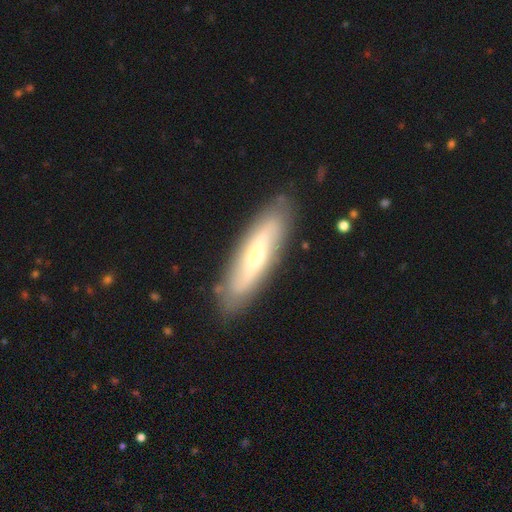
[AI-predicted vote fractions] This appears to be a featured or disk galaxy (57%). Merging: none (86%).